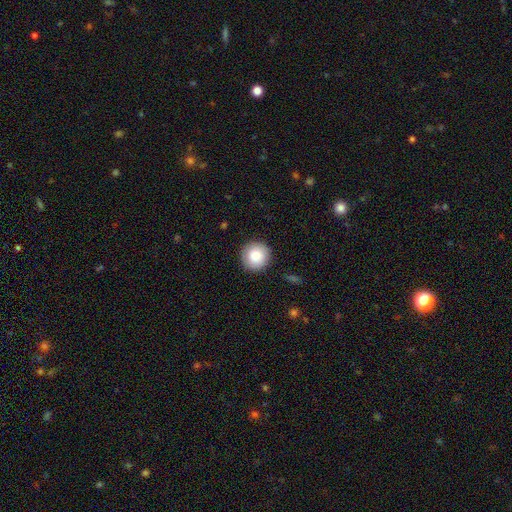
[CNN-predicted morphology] Smooth or featured: smooth — 85% (star or artifact — 8%)
How rounded: round — 94% (in between — 5%)
Merging: none — 91% (minor disturbance — 6%)